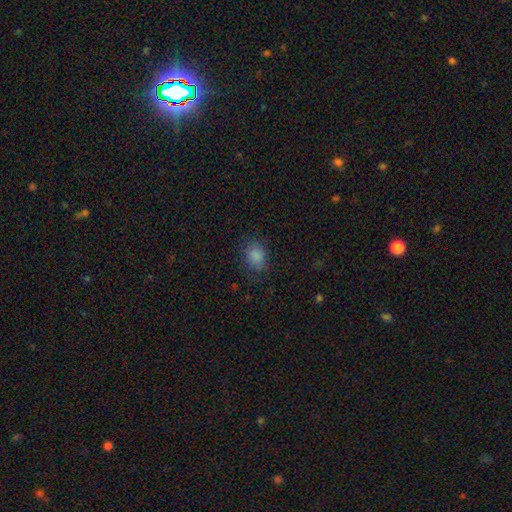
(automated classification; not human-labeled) smooth_or_featured: smooth (p=0.83) [alt: star or artifact p=0.11]
how_rounded: in between (p=0.56) [alt: round p=0.43]
merging: none (p=0.72) [alt: minor disturbance p=0.18]